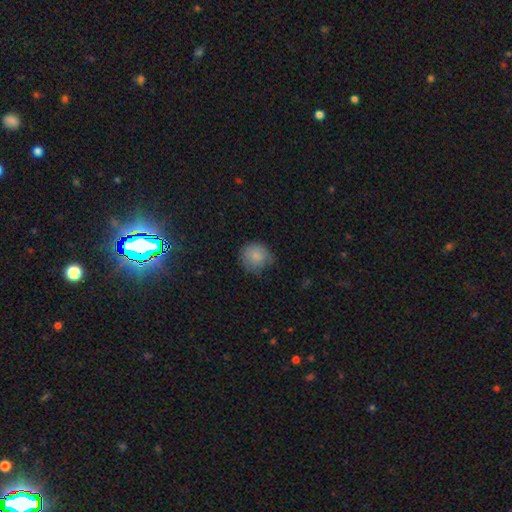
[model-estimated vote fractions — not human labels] Overall: smooth (82%). How rounded: round (89%). Merging: none (67%).